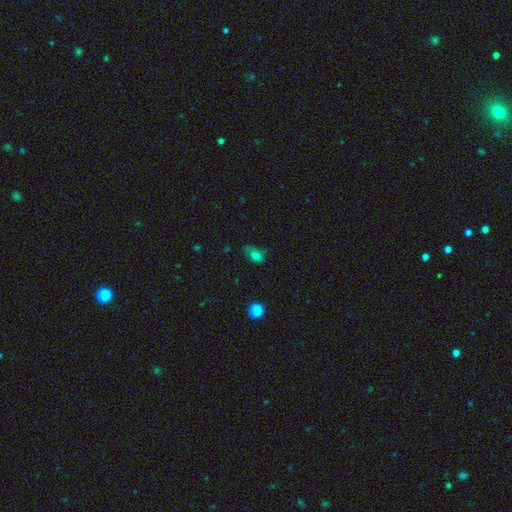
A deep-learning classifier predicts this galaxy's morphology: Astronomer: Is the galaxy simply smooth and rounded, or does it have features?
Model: smooth — 75%.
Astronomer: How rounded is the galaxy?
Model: in between — 76%.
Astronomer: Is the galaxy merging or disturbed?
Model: none — 47% (runner-up: minor disturbance, 34%).